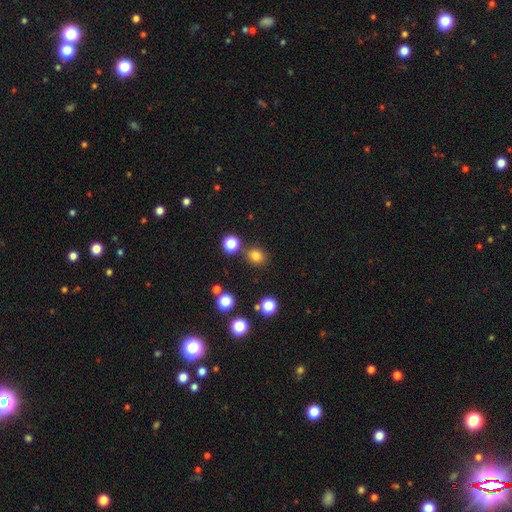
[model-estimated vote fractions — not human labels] smooth 79%, star or artifact 16%, featured or disk 5%. Down the decision tree: how rounded — round (75%); merging — none (79%).